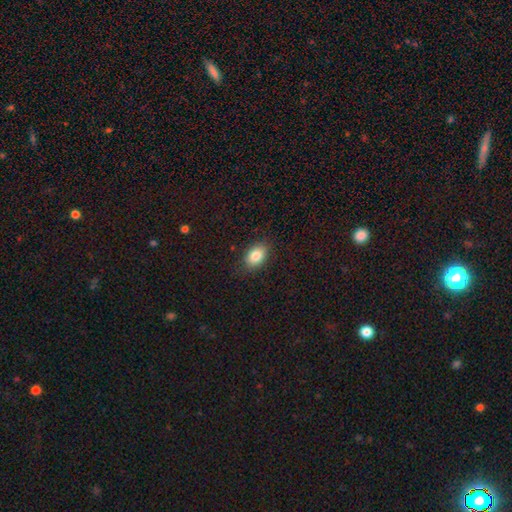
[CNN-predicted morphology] This is clearly a smooth galaxy (85%). How rounded: clearly in between (86%). Merging: clearly none (85%).